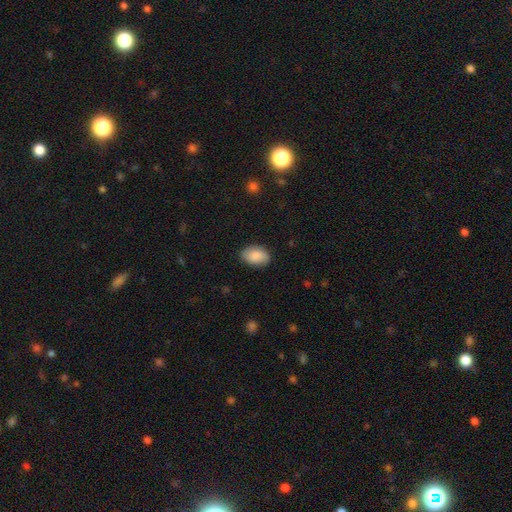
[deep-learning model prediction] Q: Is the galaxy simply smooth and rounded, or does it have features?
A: smooth — 86%.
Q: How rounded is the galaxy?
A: in between — 89%.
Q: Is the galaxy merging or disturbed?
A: none — 85%.